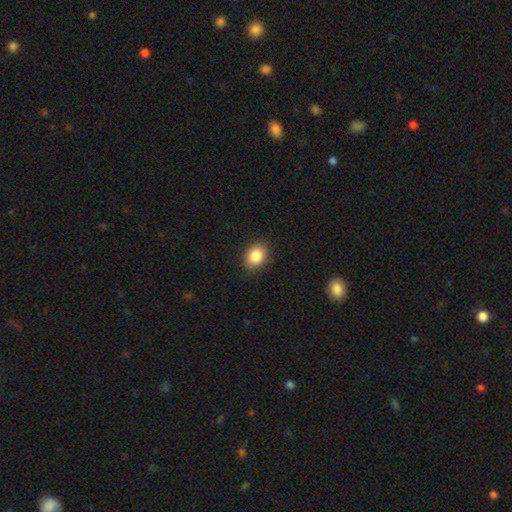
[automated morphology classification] smooth 87%, star or artifact 9%, featured or disk 5%. Down the decision tree: how rounded — in between (67%); merging — none (86%).